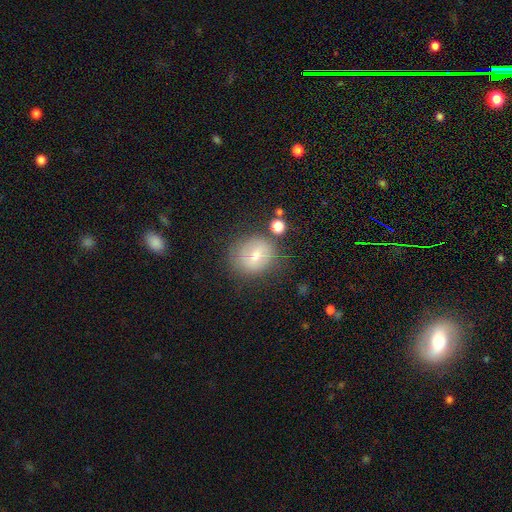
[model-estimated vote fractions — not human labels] This is likely a smooth galaxy (62%). How rounded: likely round (72%). Merging: likely none (65%).